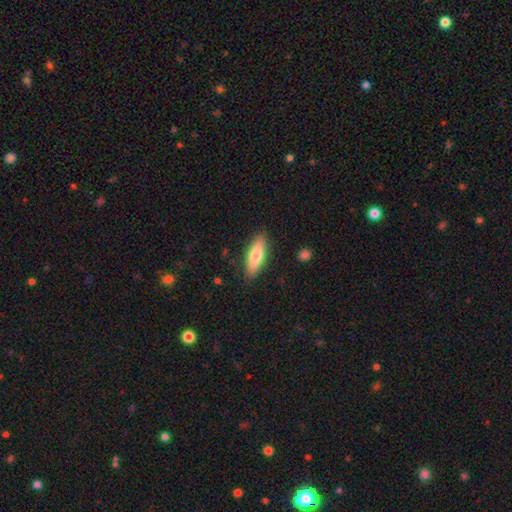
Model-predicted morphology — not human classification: smooth 72%, featured or disk 22%, star or artifact 6%. Down the decision tree: how rounded — in between (54%); merging — none (86%).